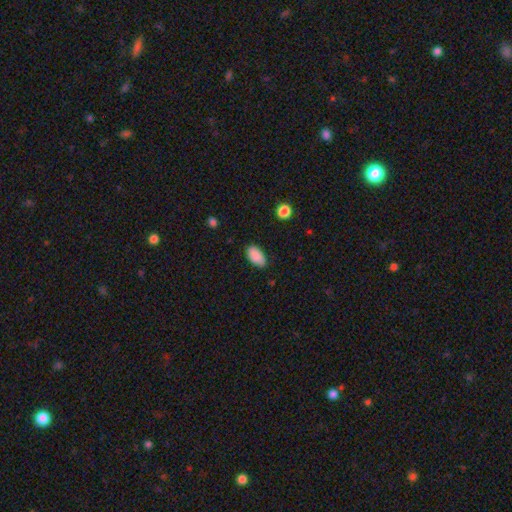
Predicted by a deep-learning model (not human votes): This appears to be a smooth galaxy with no disk features (87%) that is in between round and cigar-shaped (94%). Merging: none (77%).